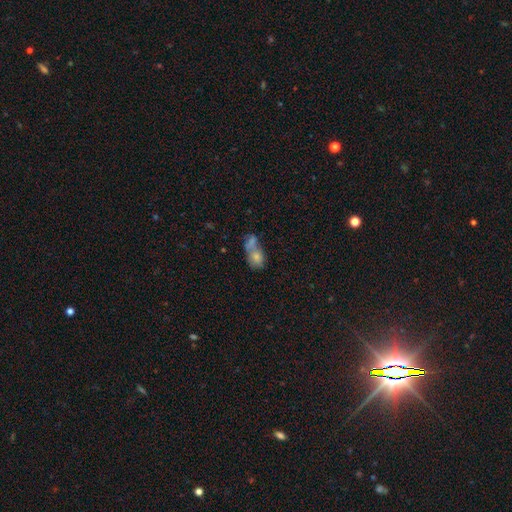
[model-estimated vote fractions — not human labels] This appears to be a smooth galaxy with no disk features (74%) that is in between round and cigar-shaped (67%). Merging: merger (67%).